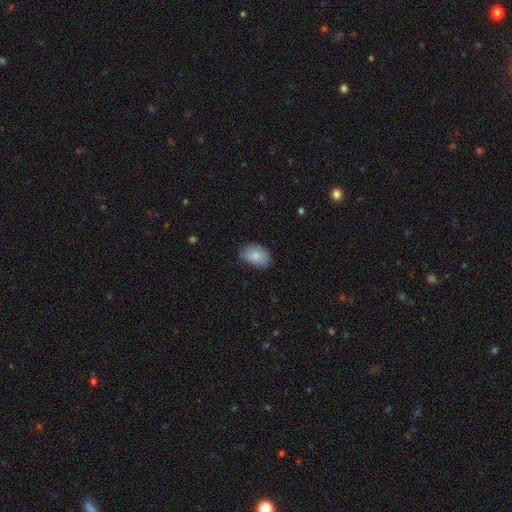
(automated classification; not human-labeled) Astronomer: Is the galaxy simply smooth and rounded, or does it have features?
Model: smooth — 85%.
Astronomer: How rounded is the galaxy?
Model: in between — 85%.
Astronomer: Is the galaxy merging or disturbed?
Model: none — 74%.